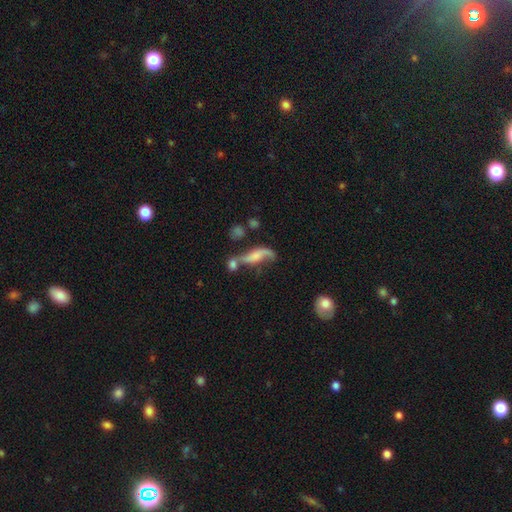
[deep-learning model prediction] smooth_or_featured: featured or disk (p=0.55) [alt: smooth p=0.35]
disk_edge_on: no (p=0.81) [alt: yes p=0.19]
merging: merger (p=0.34) [alt: none p=0.30]